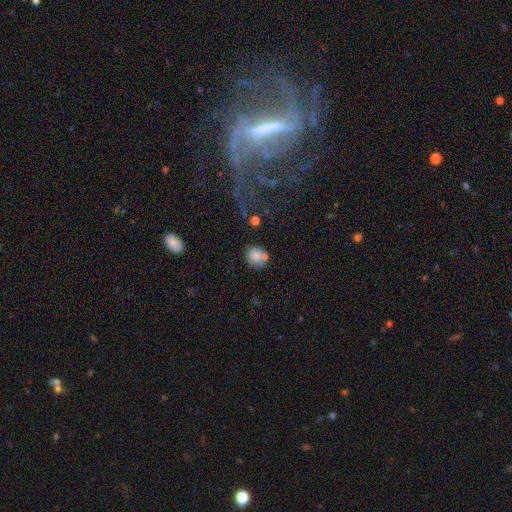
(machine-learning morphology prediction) A smooth galaxy with no disk features (80%) that is round (87%).

Vote fractions:
- Smooth or featured? smooth: 80% / featured or disk: 10% / star or artifact: 9%
- How rounded? round: 87% / in between: 12% / cigar-shaped: 1%
- Merging? none: 66% / merger: 15% / minor disturbance: 14% / major disturbance: 4%